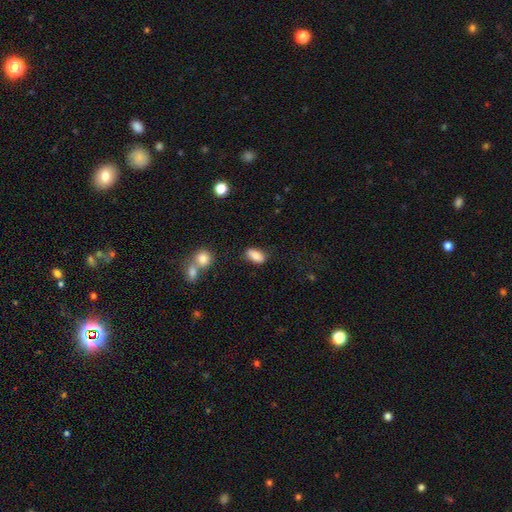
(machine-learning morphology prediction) Smooth or featured: smooth — 84% (star or artifact — 8%)
How rounded: in between — 89% (cigar-shaped — 6%)
Merging: none — 74% (minor disturbance — 17%)